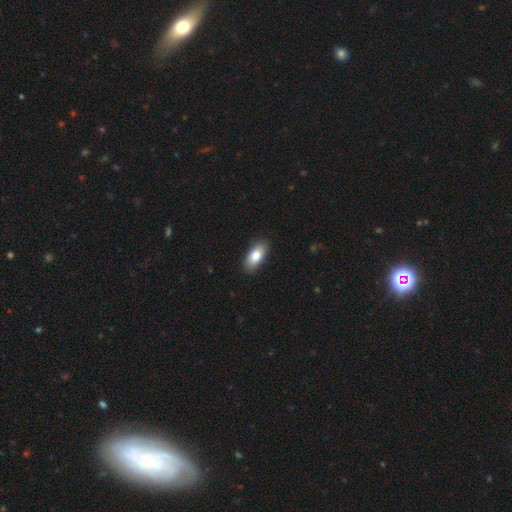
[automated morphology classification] The model was most divided on "smooth or featured": smooth: 81%, featured or disk: 12%, star or artifact: 7%. More confident: how rounded — in between (89%); merging — none (88%).